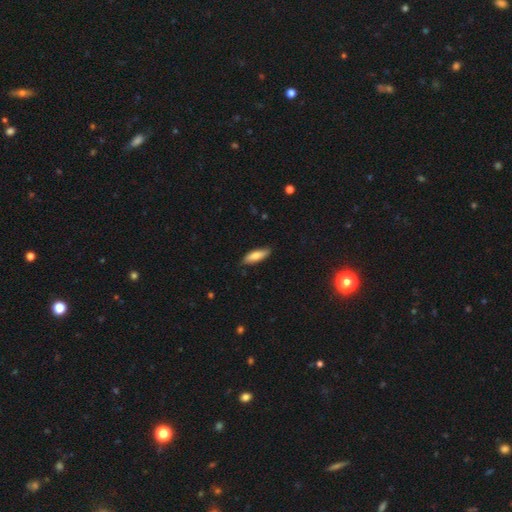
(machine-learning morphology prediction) Smooth or featured? Predicted: smooth (p=0.78). How rounded? Predicted: in between (p=0.50). Merging? Predicted: none (p=0.83).